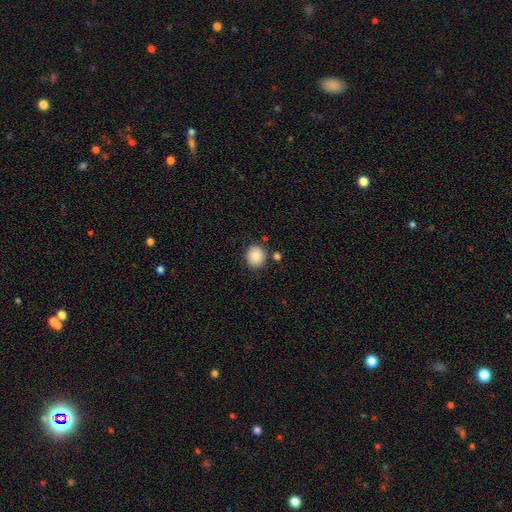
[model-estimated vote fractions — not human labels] smooth_or_featured: smooth (p=0.87) [alt: star or artifact p=0.08]
how_rounded: round (p=0.85) [alt: in between p=0.14]
merging: none (p=0.84) [alt: minor disturbance p=0.08]